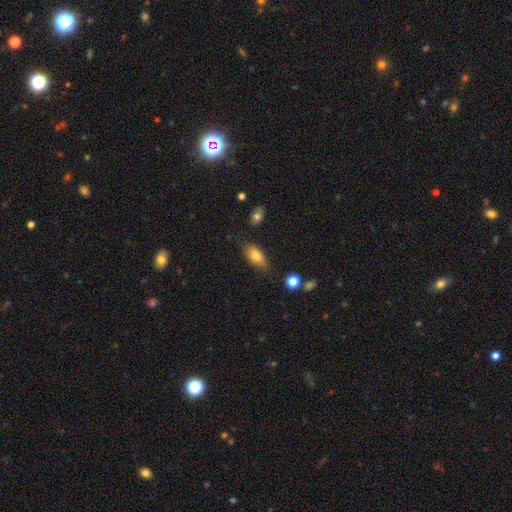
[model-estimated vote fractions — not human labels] Smooth or featured: smooth — 77% (featured or disk — 15%)
How rounded: in between — 86% (cigar-shaped — 10%)
Merging: none — 75% (minor disturbance — 18%)